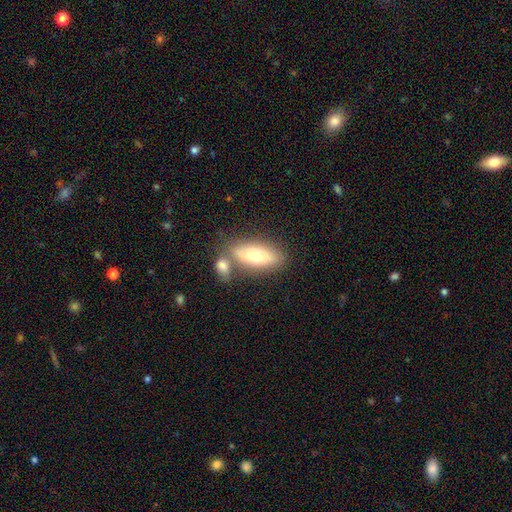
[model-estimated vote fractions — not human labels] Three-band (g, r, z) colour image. It shows a smooth galaxy with no disk features (67%) that is in between round and cigar-shaped (75%). Merging: none (57%).